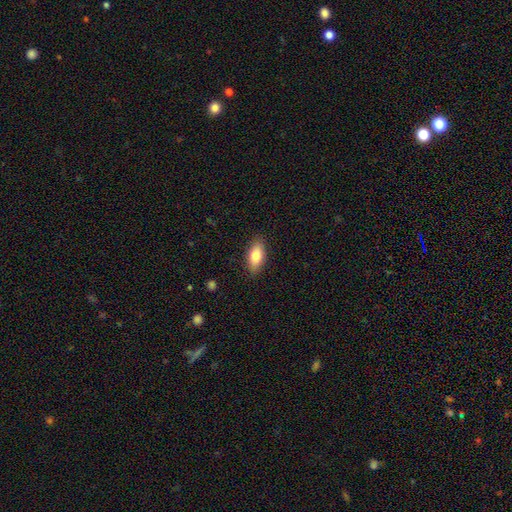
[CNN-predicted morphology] smooth 78%, featured or disk 15%, star or artifact 7%. Down the decision tree: how rounded — in between (85%); merging — none (87%).